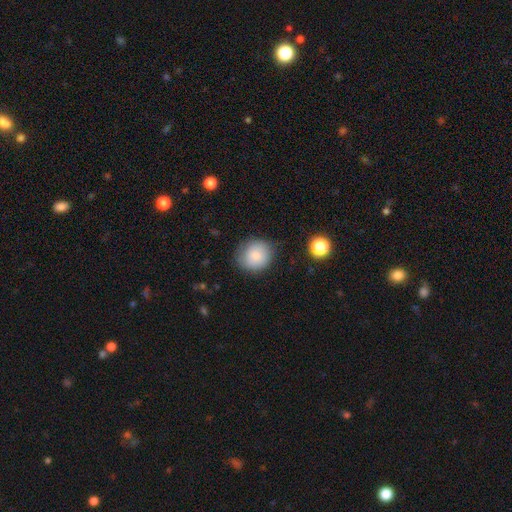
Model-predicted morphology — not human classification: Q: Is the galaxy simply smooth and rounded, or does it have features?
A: smooth — 82%.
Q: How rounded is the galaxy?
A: round — 80%.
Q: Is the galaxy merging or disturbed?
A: none — 74%.